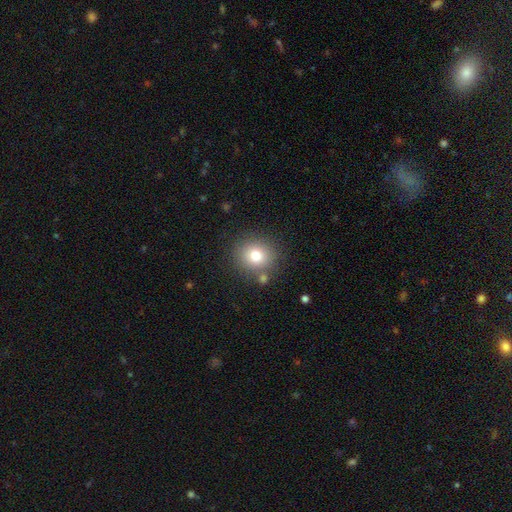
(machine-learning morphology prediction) This appears to be a smooth galaxy with no disk features (78%) that is round (83%). Merging: none (80%).